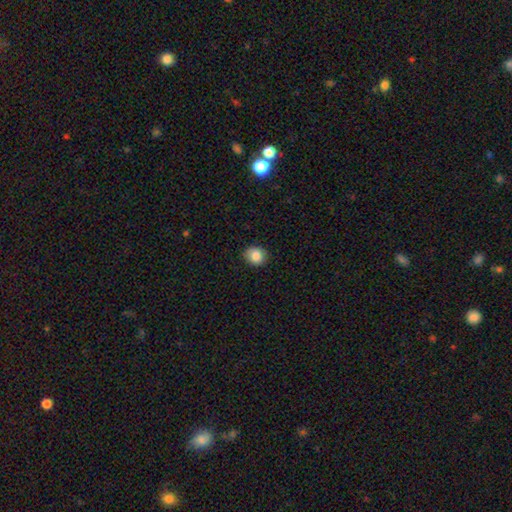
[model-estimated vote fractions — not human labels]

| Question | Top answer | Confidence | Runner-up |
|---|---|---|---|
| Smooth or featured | smooth | 86% | star or artifact (9%) |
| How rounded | round | 73% | in between (26%) |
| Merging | none | 85% | minor disturbance (12%) |